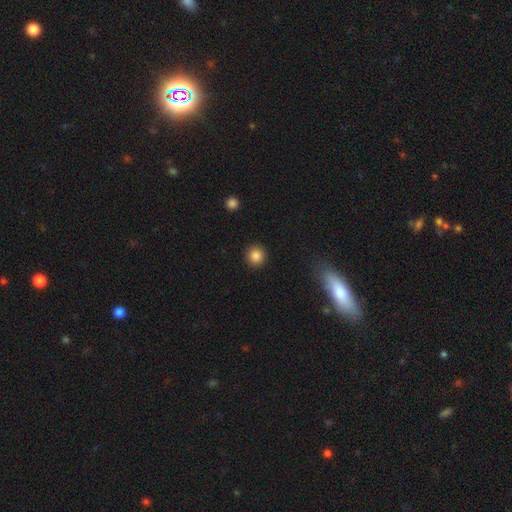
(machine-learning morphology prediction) A smooth galaxy with no disk features (86%) that is round (93%).

Vote fractions:
- Smooth or featured? smooth: 86% / star or artifact: 10% / featured or disk: 4%
- How rounded? round: 93% / in between: 6% / cigar-shaped: 1%
- Merging? none: 92% / minor disturbance: 5% / major disturbance: 2% / merger: 1%